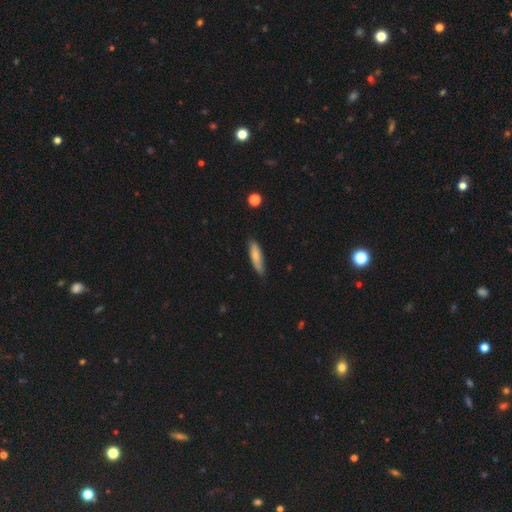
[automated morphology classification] smooth-or-featured: smooth: 76% | featured or disk: 18% | star or artifact: 6%
  how-rounded: cigar-shaped: 68% | in between: 30% | round: 2%
  merging: none: 77% | minor disturbance: 19% | major disturbance: 3% | merger: 1%